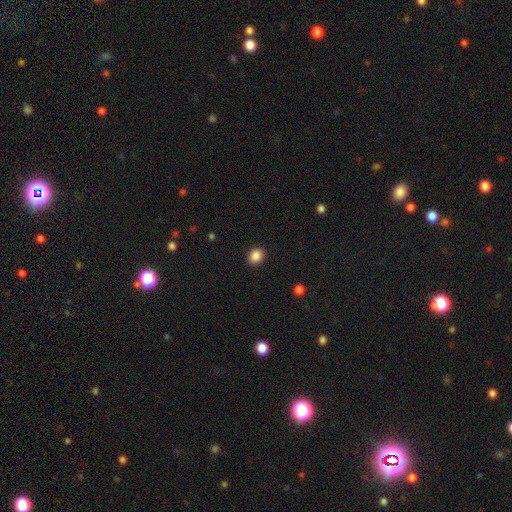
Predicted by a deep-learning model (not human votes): The model was most divided on "how rounded": round: 72%, in between: 27%, cigar-shaped: 1%. More confident: merging — none (91%); smooth or featured — smooth (87%).